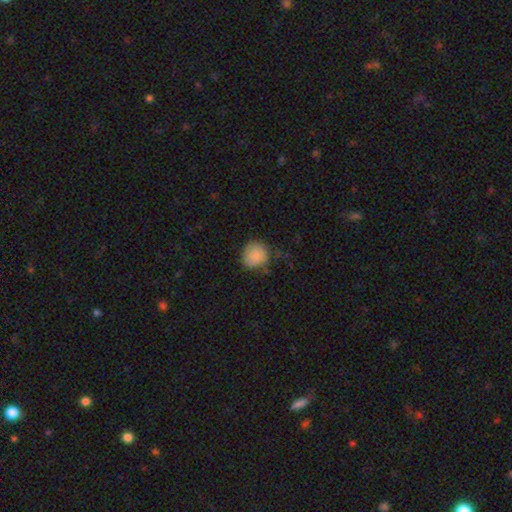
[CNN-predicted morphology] This is clearly a smooth galaxy (84%). How rounded: clearly round (81%). Merging: likely none (67%).